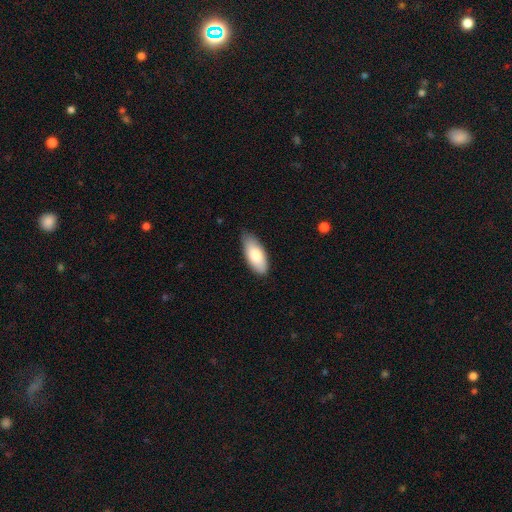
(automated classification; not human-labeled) A smooth galaxy with no disk features (82%) that is in between round and cigar-shaped (86%).

Vote fractions:
- Smooth or featured? smooth: 82% / featured or disk: 13% / star or artifact: 6%
- How rounded? in between: 86% / cigar-shaped: 13% / round: 2%
- Merging? none: 78% / minor disturbance: 18% / major disturbance: 2% / merger: 1%